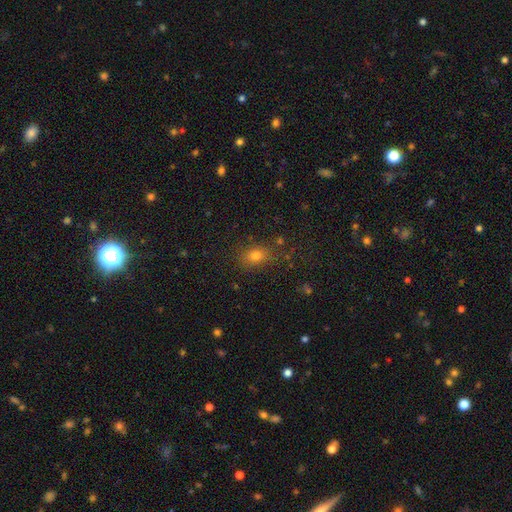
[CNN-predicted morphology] The model was most divided on "how rounded": in between: 61%, round: 36%, cigar-shaped: 3%. More confident: merging — none (77%); smooth or featured — smooth (73%).